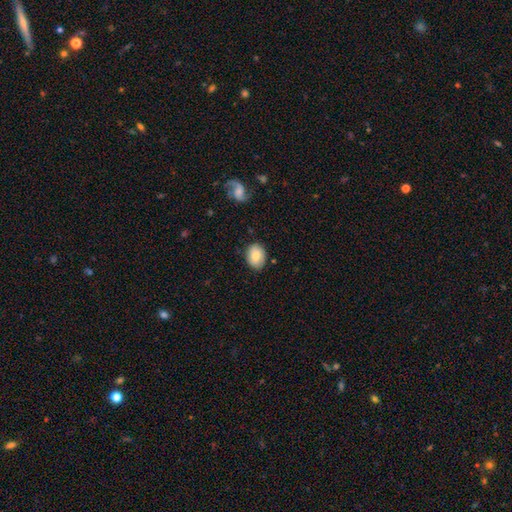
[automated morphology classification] Smooth or featured: smooth — 78% (featured or disk — 14%)
How rounded: in between — 61% (round — 38%)
Merging: none — 83% (minor disturbance — 13%)